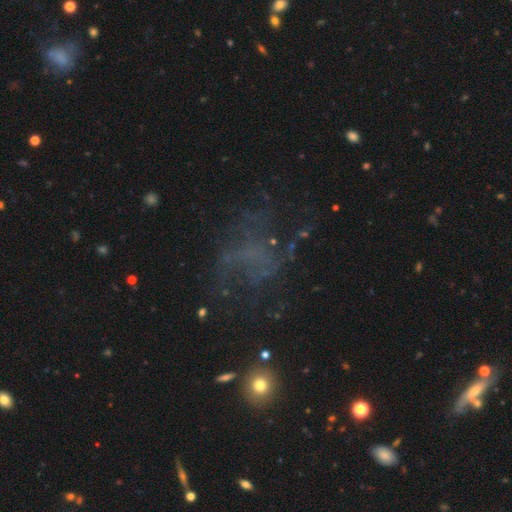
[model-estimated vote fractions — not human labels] This appears to be a featured or disk galaxy (41%). Merging: none (52%).